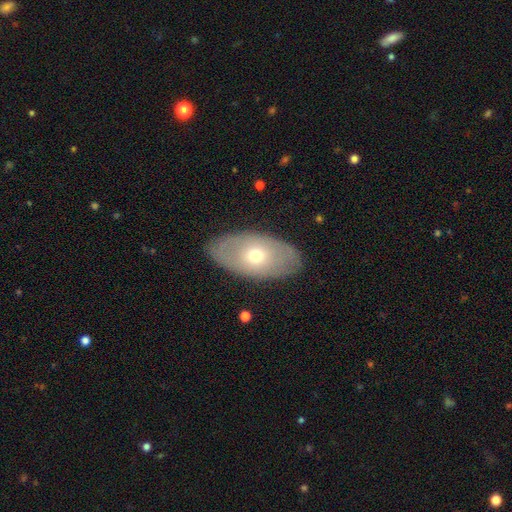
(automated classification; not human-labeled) Overall: smooth (50%; featured or disk 43%). Merging: none (84%).